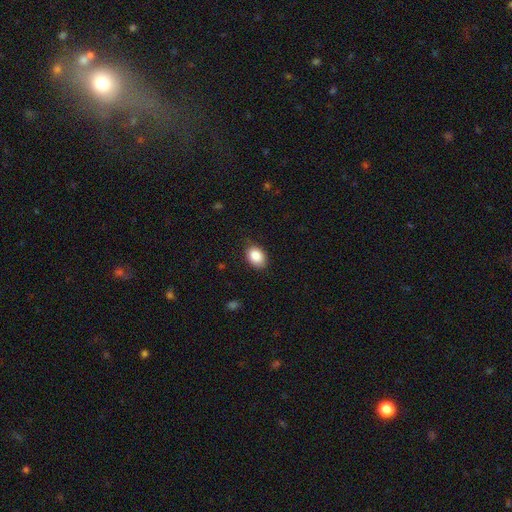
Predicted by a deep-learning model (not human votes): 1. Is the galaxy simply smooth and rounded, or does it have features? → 87% smooth, 8% star or artifact, 5% featured or disk.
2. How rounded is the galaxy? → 79% in between, 20% round, 1% cigar-shaped.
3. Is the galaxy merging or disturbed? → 80% none, 16% minor disturbance, 3% major disturbance, 1% merger.